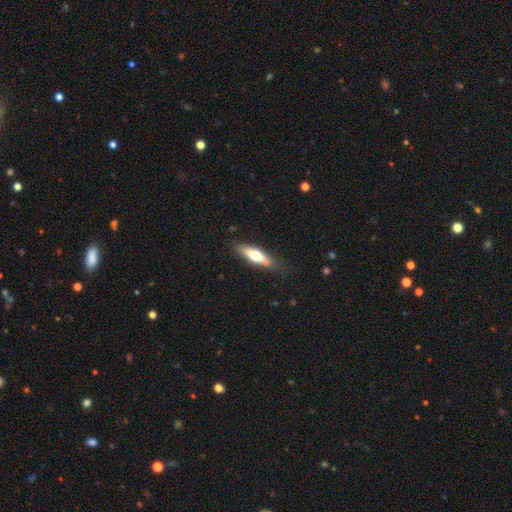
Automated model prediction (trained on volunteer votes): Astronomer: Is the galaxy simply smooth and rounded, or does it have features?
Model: smooth — 56% (runner-up: featured or disk, 38%).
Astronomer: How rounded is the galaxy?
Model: cigar-shaped — 58% (runner-up: in between, 40%).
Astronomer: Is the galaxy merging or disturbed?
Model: none — 76%.